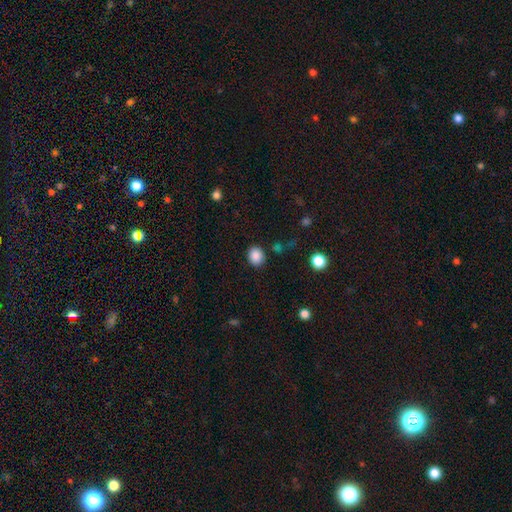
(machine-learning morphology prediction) smooth 87%, star or artifact 9%, featured or disk 4%. Down the decision tree: how rounded — round (61%); merging — none (86%).